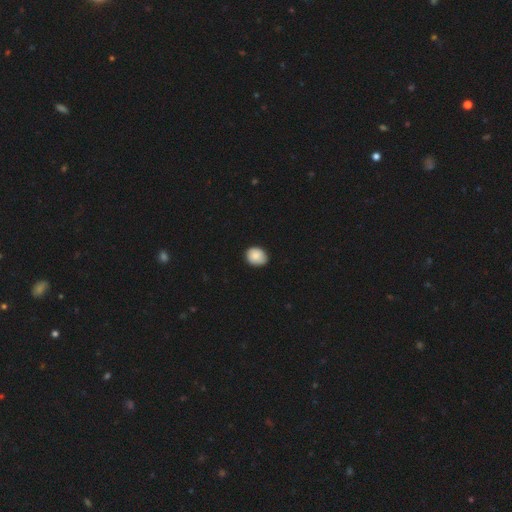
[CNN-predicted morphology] type=smooth (86%); roundness=round (57%); merging=none (80%).